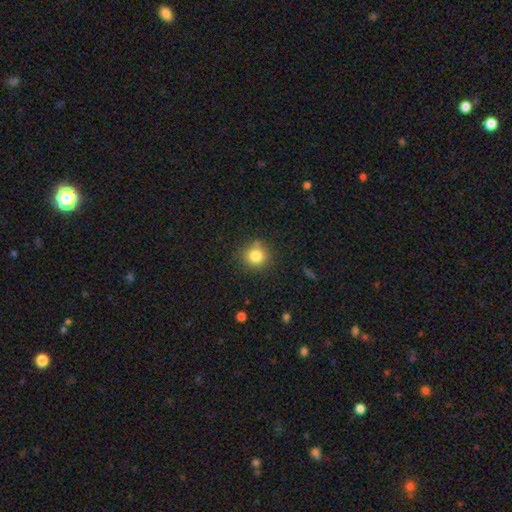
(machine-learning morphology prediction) Overall: smooth (82%). How rounded: round (91%). Merging: none (83%).